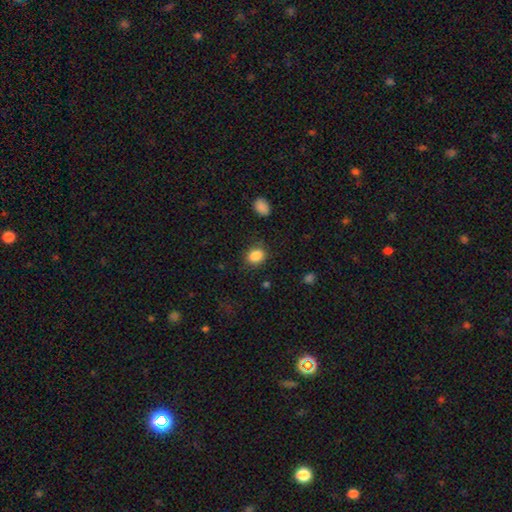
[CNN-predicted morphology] smooth_or_featured: smooth (p=0.86) [alt: star or artifact p=0.09]
how_rounded: in between (p=0.51) [alt: round p=0.48]
merging: none (p=0.80) [alt: minor disturbance p=0.13]